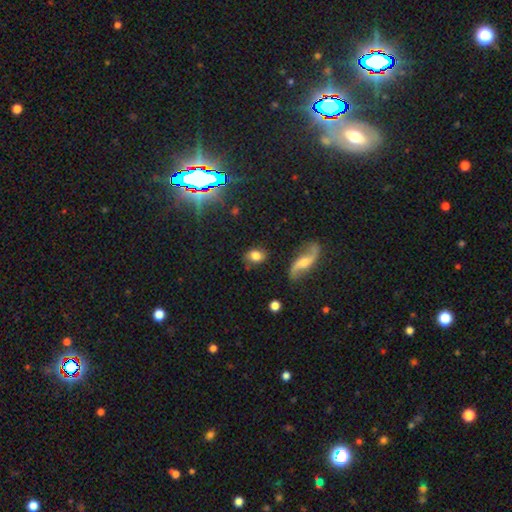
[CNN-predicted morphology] Overall: smooth (68%). How rounded: in between (59%; round 39%). Merging: none (75%).